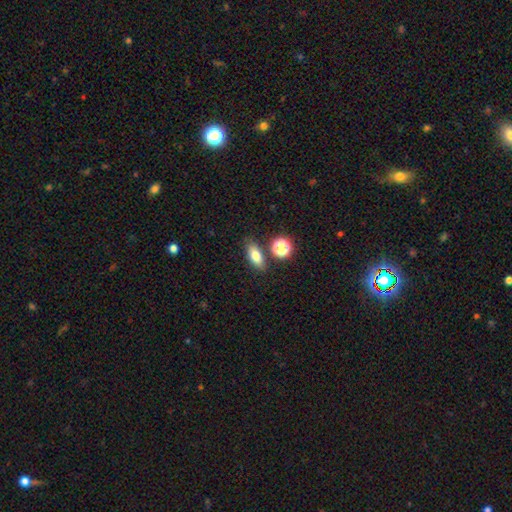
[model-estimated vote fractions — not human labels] Morphology: type=smooth (75%); roundness=in between (73%); merging=none (79%).